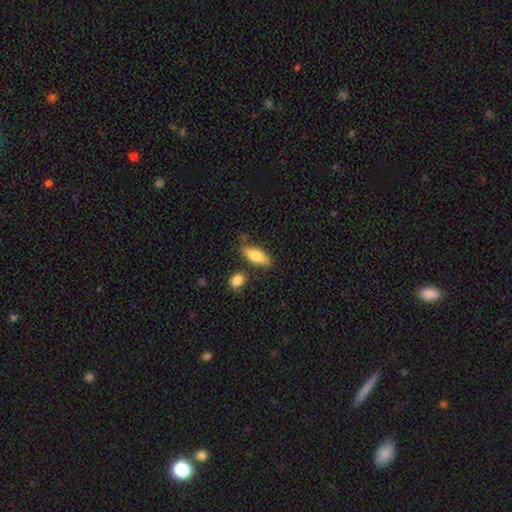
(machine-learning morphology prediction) type=smooth (73%); roundness=in between (61%); merging=none (75%).